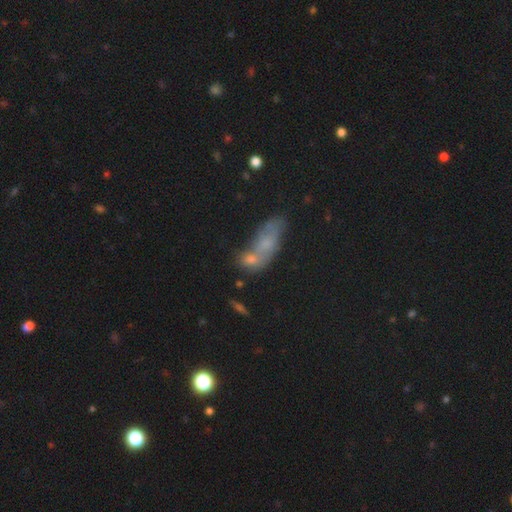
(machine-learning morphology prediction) smooth-or-featured: smooth: 57% | featured or disk: 27% | star or artifact: 16%
  how-rounded: in between: 68% | cigar-shaped: 24% | round: 8%
  merging: merger: 41% | none: 34% | minor disturbance: 16% | major disturbance: 10%